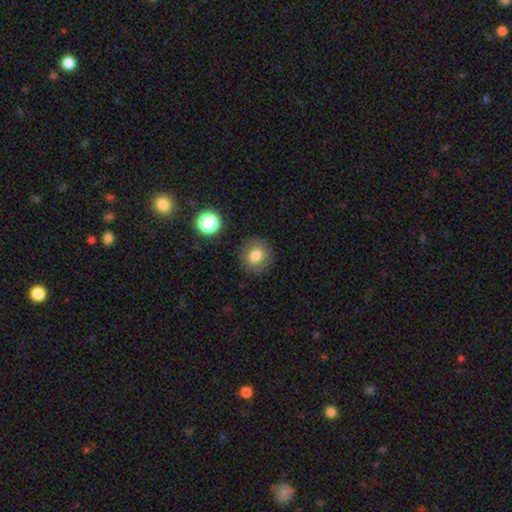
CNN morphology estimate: A smooth galaxy with no disk features (80%) that is round (86%).

Vote fractions:
- Smooth or featured? smooth: 80% / star or artifact: 11% / featured or disk: 9%
- How rounded? round: 86% / in between: 13% / cigar-shaped: 1%
- Merging? none: 87% / minor disturbance: 8% / major disturbance: 3% / merger: 2%